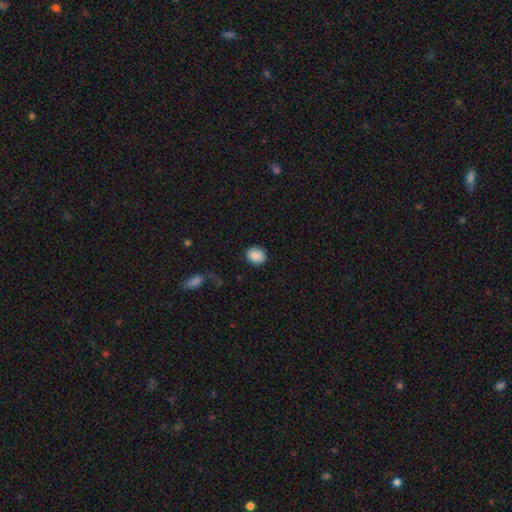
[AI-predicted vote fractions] Smooth or featured: smooth — 87% (star or artifact — 8%)
How rounded: round — 68% (in between — 31%)
Merging: none — 85% (minor disturbance — 10%)